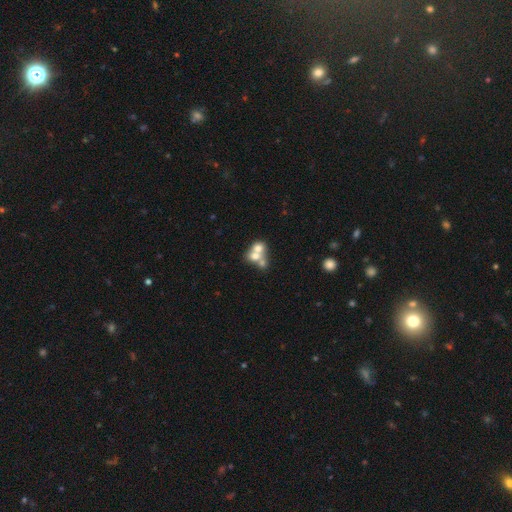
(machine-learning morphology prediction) Q: Smooth or featured?
A: smooth (60%); runner-up: featured or disk (29%)
Q: How rounded?
A: round (61%); runner-up: in between (37%)
Q: Merging?
A: merger (70%); runner-up: none (21%)